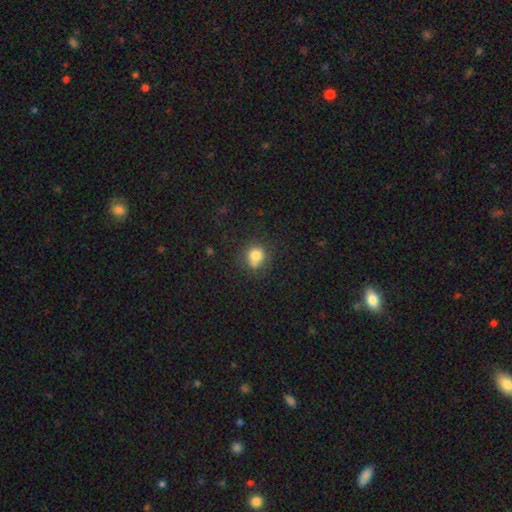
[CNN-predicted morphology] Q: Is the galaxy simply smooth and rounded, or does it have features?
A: smooth — 78%.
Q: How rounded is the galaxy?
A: round — 81%.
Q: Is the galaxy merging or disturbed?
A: none — 57%.